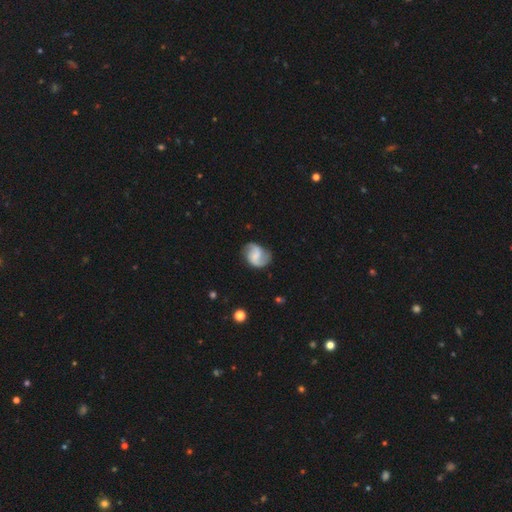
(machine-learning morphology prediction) The model was most divided on "spiral winding": medium: 43%, loose: 41%, tight: 16%. Remaining: edge-on disk — no (98%); spiral arms — yes (95%); spiral arm count — 2 (89%); smooth or featured — featured or disk (75%); merging — none (75%); bulge size — none (48%); bar — weak (46%).